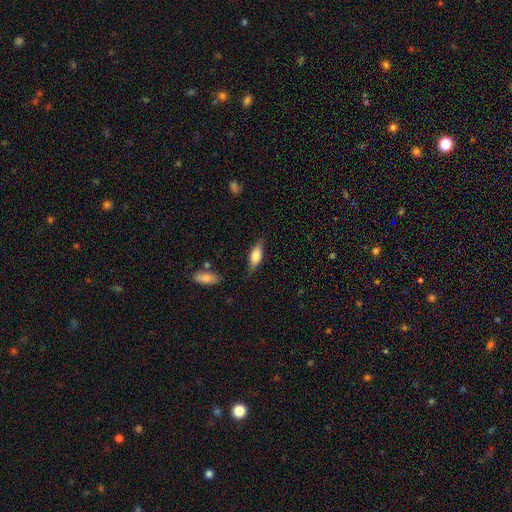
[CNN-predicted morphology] This appears to be a smooth galaxy with no disk features (60%) that is in between round and cigar-shaped (61%). Merging: none (79%).